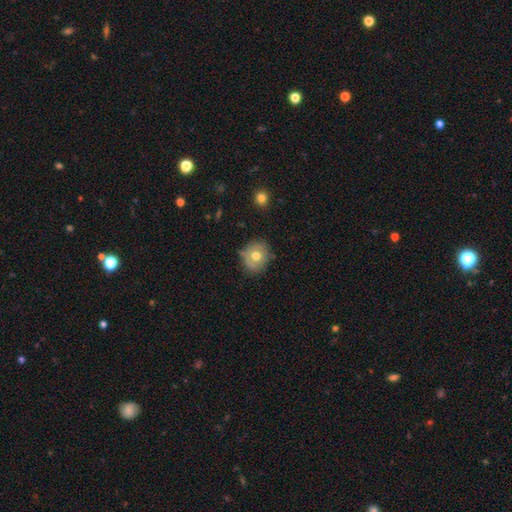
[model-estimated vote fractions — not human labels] A smooth galaxy with no disk features (65%) that is round (79%).

Vote fractions:
- Smooth or featured? smooth: 65% / featured or disk: 26% / star or artifact: 9%
- How rounded? round: 79% / in between: 20% / cigar-shaped: 1%
- Merging? none: 71% / minor disturbance: 21% / major disturbance: 5% / merger: 3%